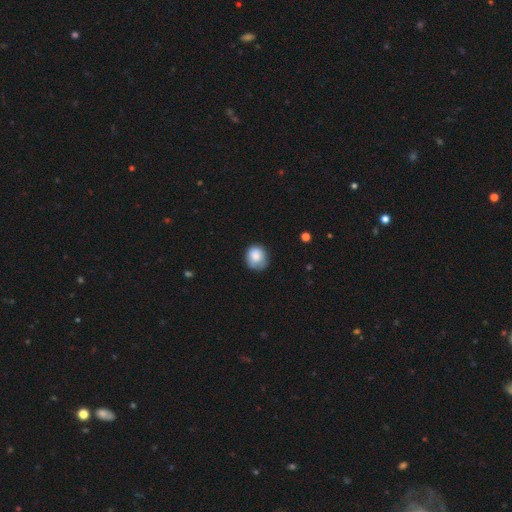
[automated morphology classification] Overall: smooth (81%). How rounded: round (76%). Merging: none (64%; minor disturbance 28%).